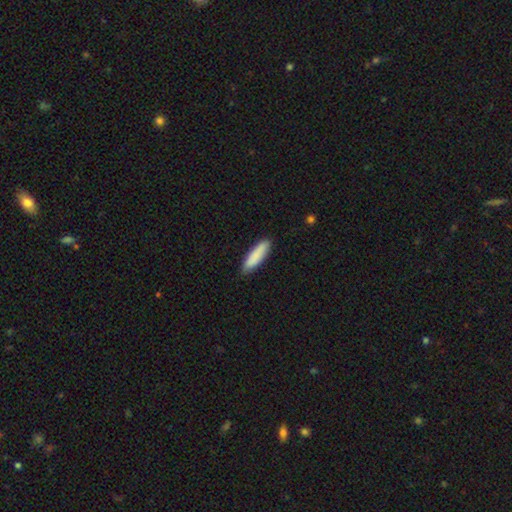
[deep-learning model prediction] Smooth or featured: smooth — 87% (featured or disk — 7%)
How rounded: cigar-shaped — 68% (in between — 31%)
Merging: none — 84% (minor disturbance — 13%)